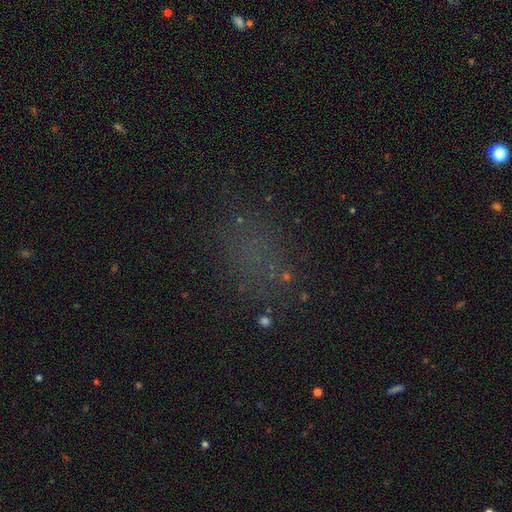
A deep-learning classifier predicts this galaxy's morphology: This appears to be a smooth galaxy with no disk features (45%). Merging: none (70%).